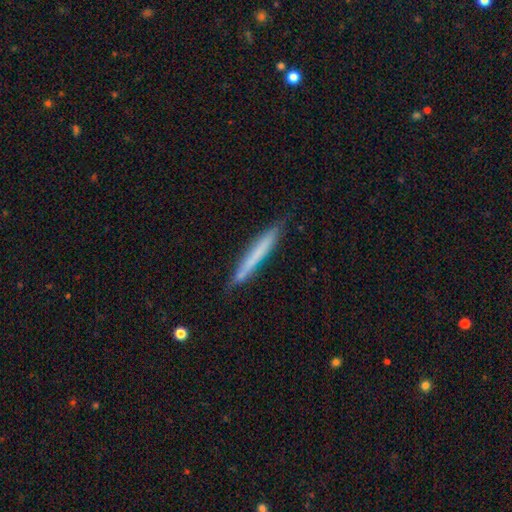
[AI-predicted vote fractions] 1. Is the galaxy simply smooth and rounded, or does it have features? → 61% smooth, 33% featured or disk, 6% star or artifact.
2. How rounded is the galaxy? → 97% cigar-shaped, 2% in between, 1% round.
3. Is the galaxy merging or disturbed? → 85% none, 12% minor disturbance, 2% major disturbance, 2% merger.